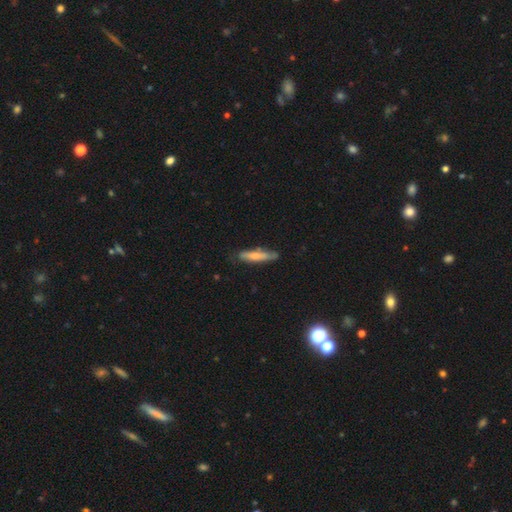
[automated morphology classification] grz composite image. It shows a smooth galaxy with no disk features (64%) that is cigar-shaped (82%). Merging: none (73%).